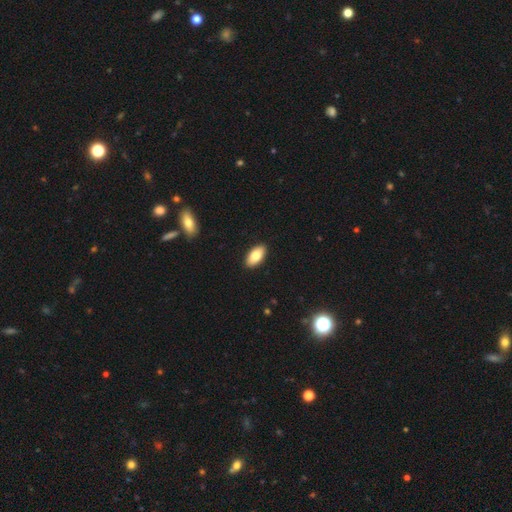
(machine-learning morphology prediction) Q: Smooth or featured?
A: smooth (80%); runner-up: featured or disk (13%)
Q: How rounded?
A: in between (93%); runner-up: cigar-shaped (5%)
Q: Merging?
A: none (91%); runner-up: minor disturbance (7%)